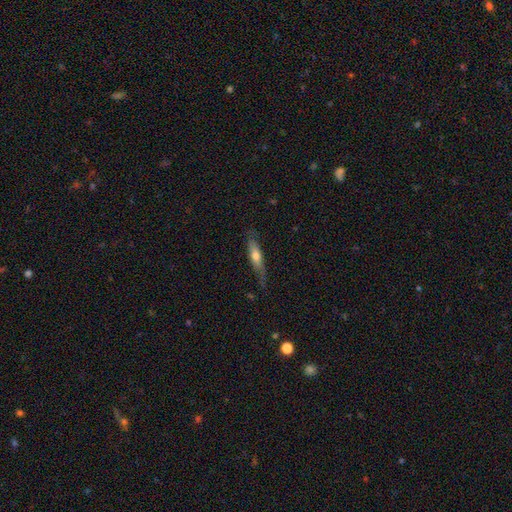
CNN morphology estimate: Smooth or featured?
  - smooth: 58% *
  - featured or disk: 36%
  - star or artifact: 6%
How rounded?
  - cigar-shaped: 69% *
  - in between: 29%
  - round: 2%
Merging?
  - none: 65% *
  - minor disturbance: 25%
  - major disturbance: 7%
  - merger: 2%